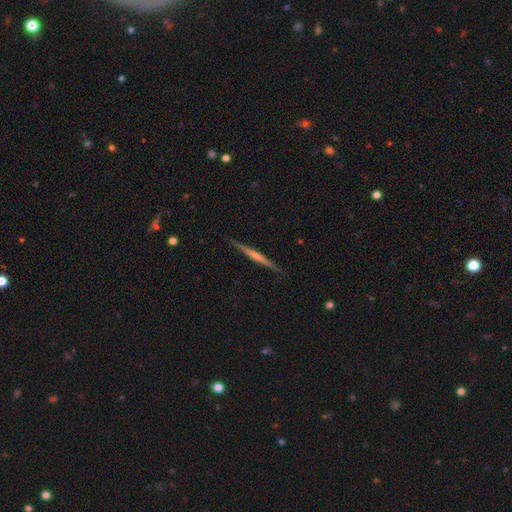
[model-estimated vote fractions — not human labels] Smooth or featured? featured or disk (73%)
Edge-on disk? yes (98%)
Edge-on bulge? rounded (56%)
Merging? none (91%)